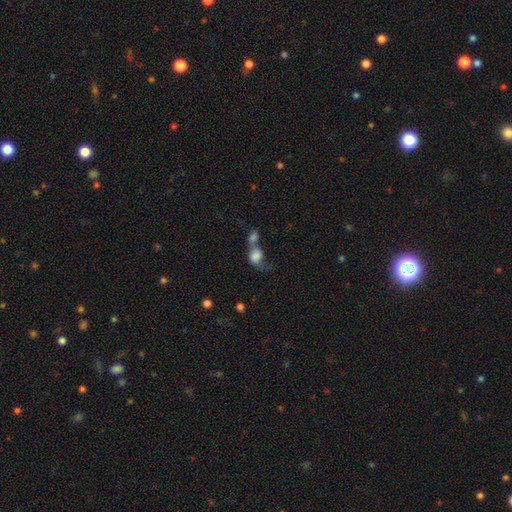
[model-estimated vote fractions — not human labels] Morphology: type=smooth (72%); roundness=in between (53%); merging=merger (70%).